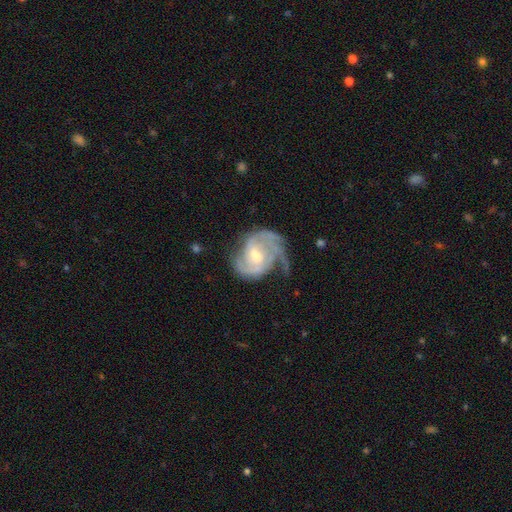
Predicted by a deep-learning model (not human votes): Smooth or featured?
  - featured or disk: 87% *
  - smooth: 8%
  - star or artifact: 5%
Edge-on disk?
  - no: 98% *
  - yes: 2%
Bar?
  - weak: 53% *
  - no: 35%
  - strong: 12%
Spiral arms?
  - yes: 96% *
  - no: 4%
Spiral winding?
  - medium: 45% *
  - tight: 38%
  - loose: 17%
Spiral arm count?
  - 2: 58% *
  - can't tell: 14%
  - 3: 14%
  - 1: 6%
  - 4: 4%
  - more than 4: 3%
Bulge size?
  - moderate: 58% *
  - small: 34%
  - large: 4%
  - none: 2%
  - dominant: 1%
Merging?
  - none: 51% *
  - minor disturbance: 25%
  - major disturbance: 21%
  - merger: 2%